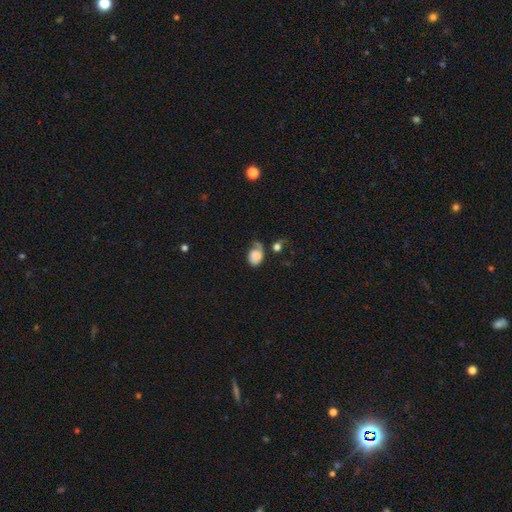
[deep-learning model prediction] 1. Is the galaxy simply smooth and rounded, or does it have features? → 72% smooth, 19% featured or disk, 10% star or artifact.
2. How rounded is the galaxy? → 71% in between, 28% round, 1% cigar-shaped.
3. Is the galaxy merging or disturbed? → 31% none, 30% minor disturbance, 25% major disturbance, 13% merger.